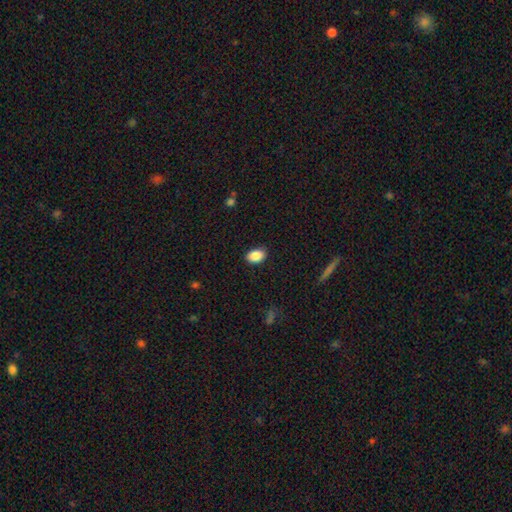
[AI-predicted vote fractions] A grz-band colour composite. It shows a smooth galaxy with no disk features (89%) that is in between round and cigar-shaped (87%). Merging: none (88%).